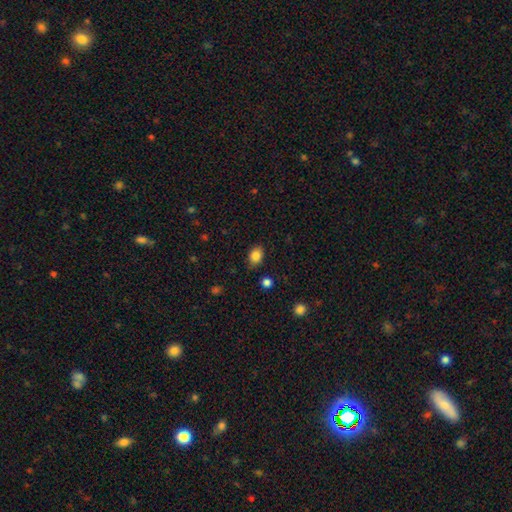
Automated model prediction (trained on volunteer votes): The model was most divided on "how rounded": in between: 66%, round: 33%, cigar-shaped: 1%. More confident: smooth or featured — smooth (85%); merging — none (81%).